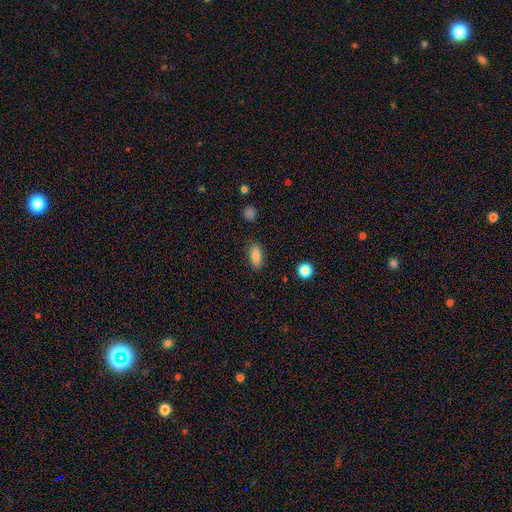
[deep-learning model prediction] A smooth galaxy with no disk features (86%) that is in between round and cigar-shaped (88%).

Vote fractions:
- Smooth or featured? smooth: 86% / star or artifact: 9% / featured or disk: 5%
- How rounded? in between: 88% / cigar-shaped: 8% / round: 4%
- Merging? none: 84% / minor disturbance: 11% / major disturbance: 3% / merger: 2%